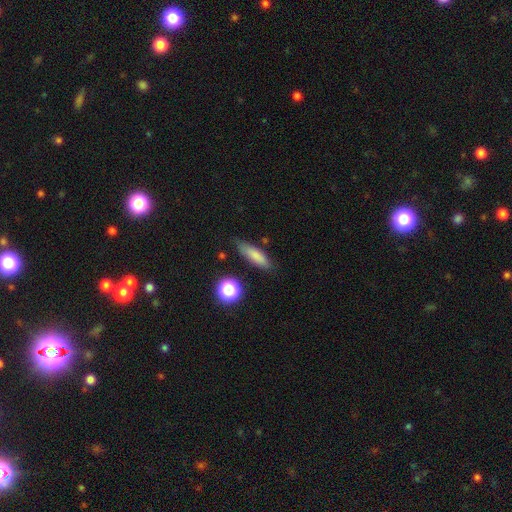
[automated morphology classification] A smooth galaxy with no disk features (79%) that is cigar-shaped (57%).

Vote fractions:
- Smooth or featured? smooth: 79% / featured or disk: 11% / star or artifact: 9%
- How rounded? cigar-shaped: 57% / in between: 39% / round: 3%
- Merging? none: 79% / minor disturbance: 15% / major disturbance: 3% / merger: 3%